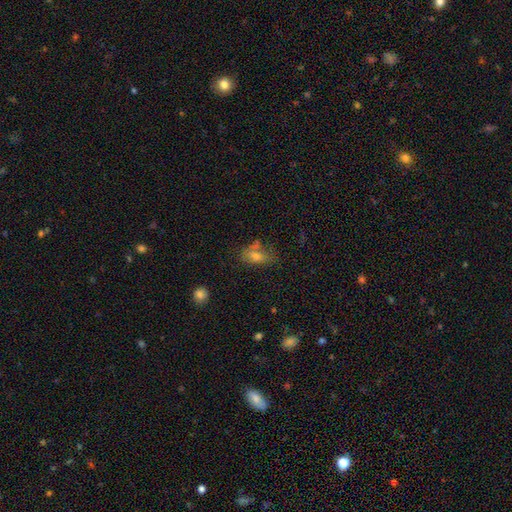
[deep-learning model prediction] Morphology: type=smooth (66%); roundness=in between (79%); merging=none (56%).